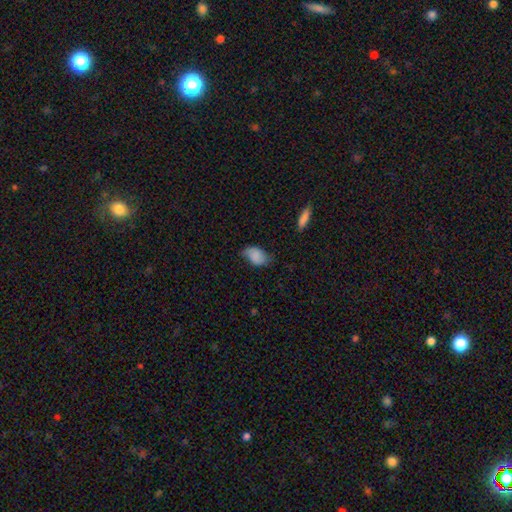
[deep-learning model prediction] This appears to be a smooth galaxy with no disk features (77%) that is in between round and cigar-shaped (90%). Merging: none (56%).